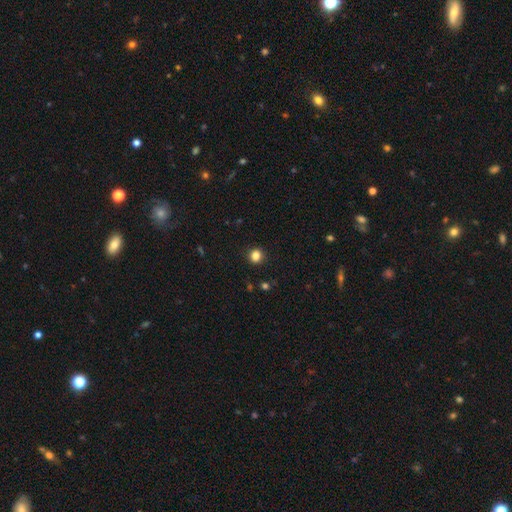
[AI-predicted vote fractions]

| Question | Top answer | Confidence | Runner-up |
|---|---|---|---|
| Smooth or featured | smooth | 84% | star or artifact (12%) |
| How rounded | round | 85% | in between (14%) |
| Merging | none | 90% | minor disturbance (6%) |